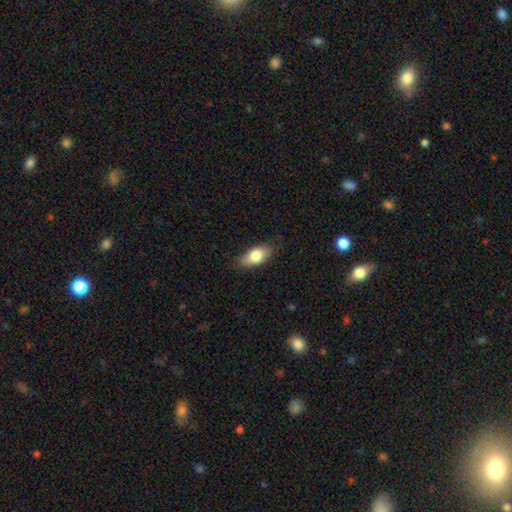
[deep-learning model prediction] smooth_or_featured: smooth (p=0.77) [alt: featured or disk p=0.16]
how_rounded: in between (p=0.87) [alt: cigar-shaped p=0.09]
merging: none (p=0.82) [alt: minor disturbance p=0.14]